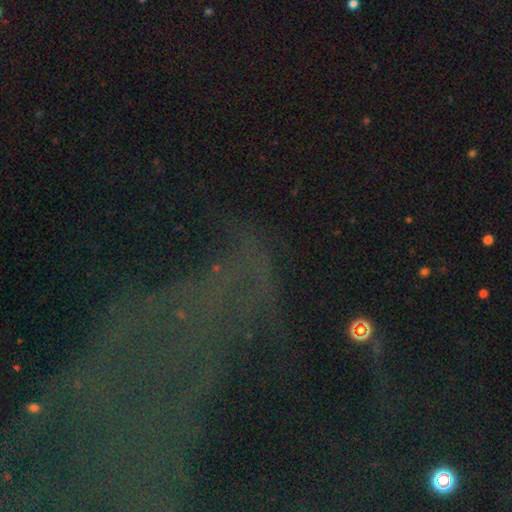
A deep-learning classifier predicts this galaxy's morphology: The model was most divided on "smooth or featured": star or artifact: 69%, featured or disk: 17%, smooth: 14%.